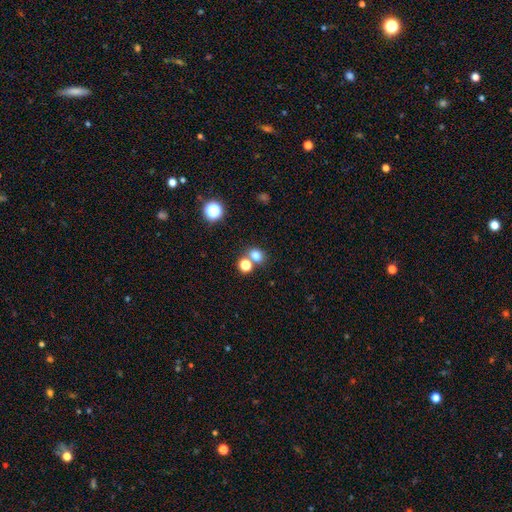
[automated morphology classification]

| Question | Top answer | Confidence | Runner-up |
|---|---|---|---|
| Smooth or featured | smooth | 77% | star or artifact (16%) |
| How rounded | round | 60% | in between (39%) |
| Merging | none | 59% | merger (29%) |